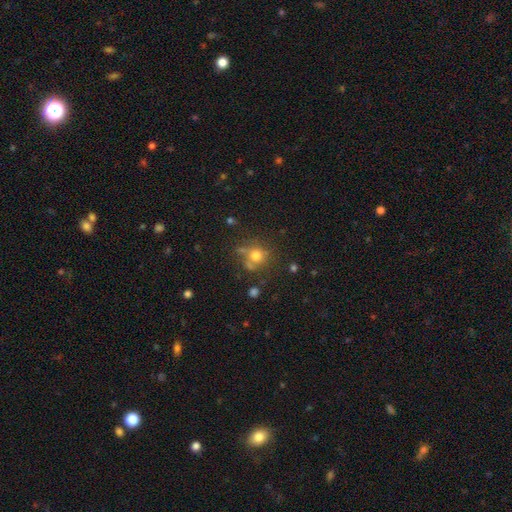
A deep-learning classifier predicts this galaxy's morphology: Smooth or featured? Predicted: smooth (p=0.71). How rounded? Predicted: round (p=0.86). Merging? Predicted: none (p=0.62).